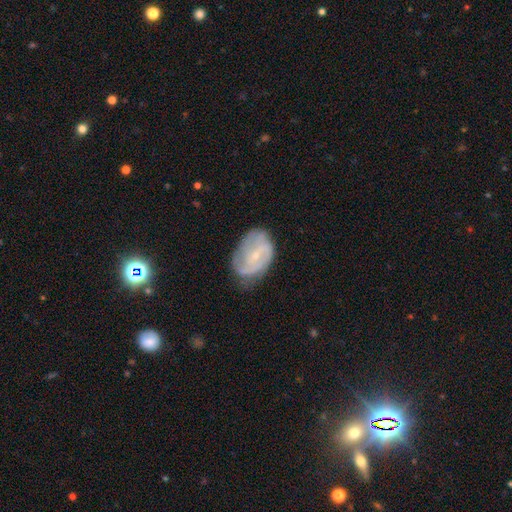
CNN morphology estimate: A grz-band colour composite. It shows a featured or disk galaxy (72%) with no bar (52%), 2 (40%) tight (41%) spiral arms (83%) and a small central bulge (77%). Merging: none (55%).